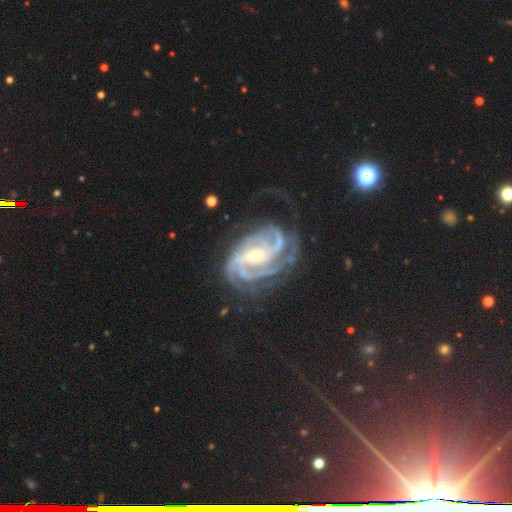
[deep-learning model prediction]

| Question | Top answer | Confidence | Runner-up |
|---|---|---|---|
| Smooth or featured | featured or disk | 92% | star or artifact (5%) |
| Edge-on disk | no | 98% | yes (2%) |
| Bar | no | 45% | weak (32%) |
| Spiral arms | yes | 98% | no (2%) |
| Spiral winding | tight | 59% | medium (34%) |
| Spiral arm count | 3 | 28% | 4 (26%) |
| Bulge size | small | 70% | moderate (26%) |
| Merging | none | 58% | minor disturbance (20%) |